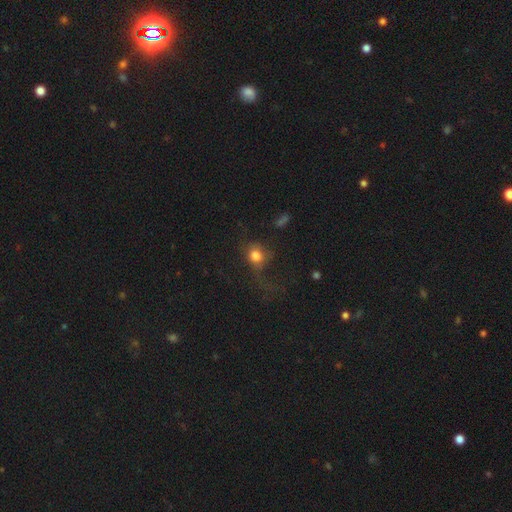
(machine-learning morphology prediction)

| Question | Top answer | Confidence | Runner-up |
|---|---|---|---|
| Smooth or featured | smooth | 75% | featured or disk (13%) |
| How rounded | round | 77% | in between (22%) |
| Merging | major disturbance | 38% | tied: none (38%) |